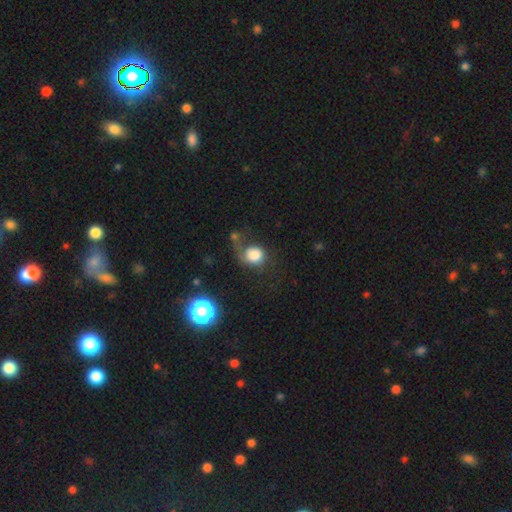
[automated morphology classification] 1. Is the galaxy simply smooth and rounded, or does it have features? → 73% smooth, 17% featured or disk, 10% star or artifact.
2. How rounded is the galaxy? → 72% round, 27% in between, 1% cigar-shaped.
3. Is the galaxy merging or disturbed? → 35% major disturbance, 34% none, 22% minor disturbance, 9% merger.